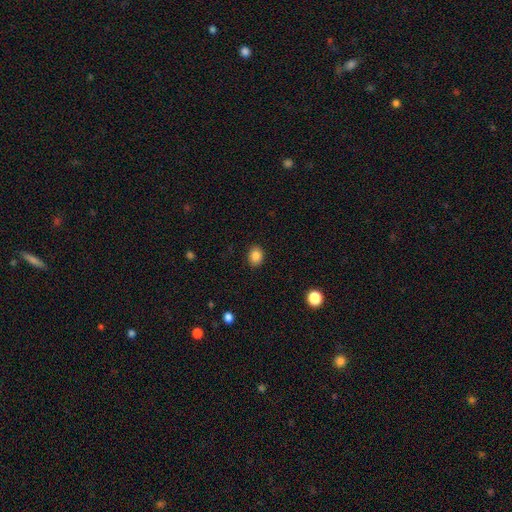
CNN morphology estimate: Smooth or featured? Predicted: smooth (p=0.85). How rounded? Predicted: round (p=0.53). Merging? Predicted: none (p=0.90).